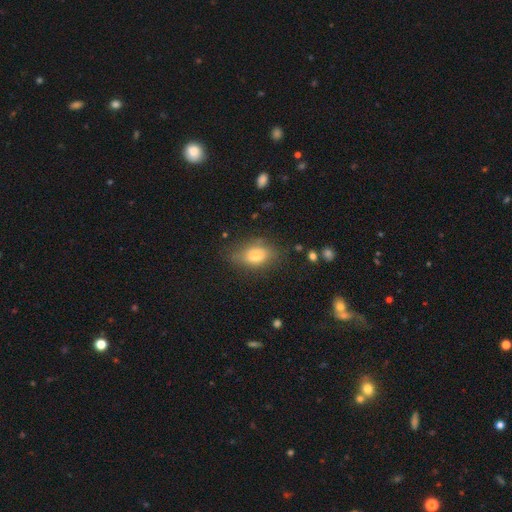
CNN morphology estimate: smooth-or-featured: smooth: 71% | featured or disk: 19% | star or artifact: 10%
  how-rounded: in between: 83% | round: 13% | cigar-shaped: 4%
  merging: none: 70% | minor disturbance: 21% | major disturbance: 6% | merger: 2%